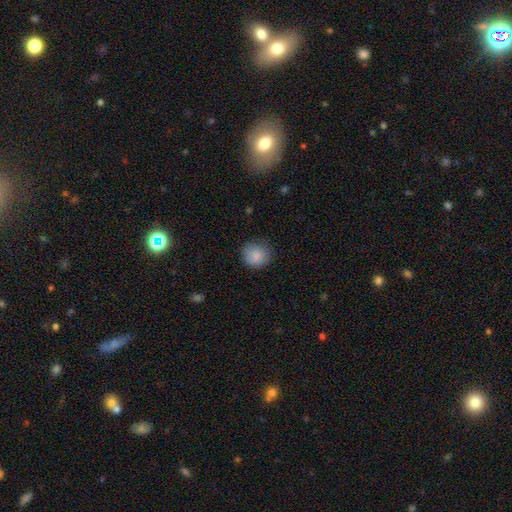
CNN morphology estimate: Smooth or featured: smooth — 85% (star or artifact — 9%)
How rounded: round — 85% (in between — 14%)
Merging: none — 79% (minor disturbance — 15%)